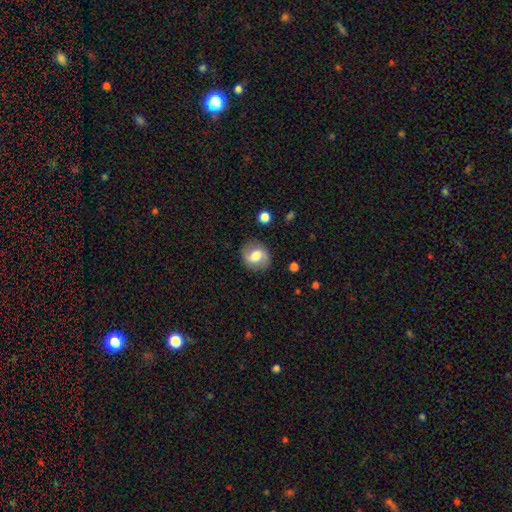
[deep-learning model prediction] Smooth or featured? smooth (48%)
Merging? none (83%)